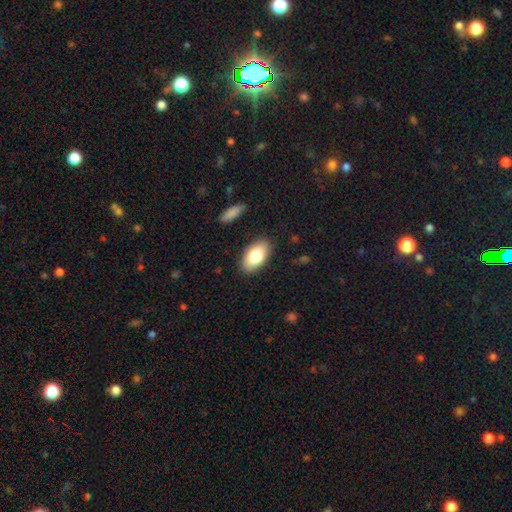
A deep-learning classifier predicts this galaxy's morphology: type=smooth (80%); roundness=in between (94%); merging=none (87%).